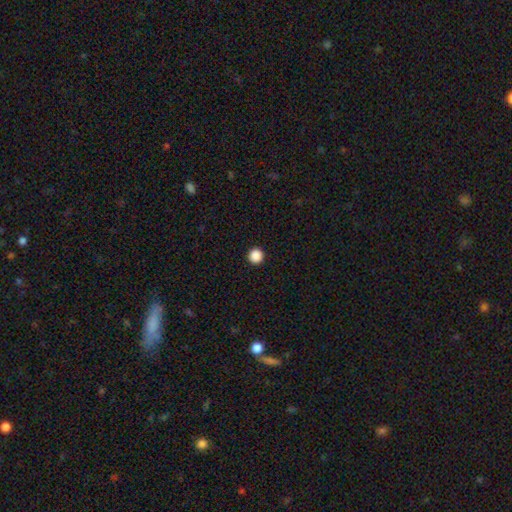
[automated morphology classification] Q: Smooth or featured?
A: smooth (88%); runner-up: star or artifact (10%)
Q: How rounded?
A: round (96%); runner-up: in between (3%)
Q: Merging?
A: none (94%); runner-up: minor disturbance (4%)